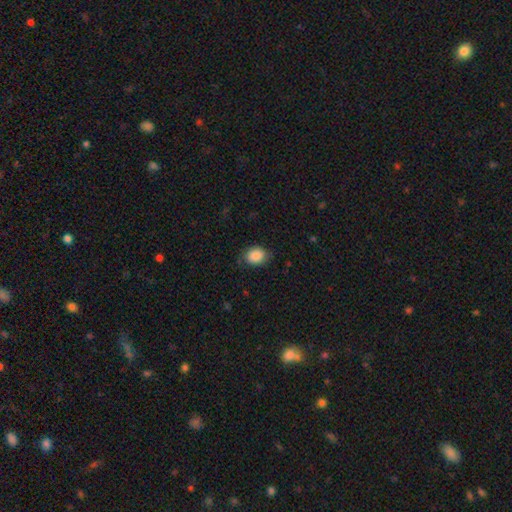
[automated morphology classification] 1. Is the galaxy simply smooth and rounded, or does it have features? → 86% smooth, 8% star or artifact, 7% featured or disk.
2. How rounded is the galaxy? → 61% in between, 38% round, 1% cigar-shaped.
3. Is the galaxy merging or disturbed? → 75% none, 19% minor disturbance, 5% major disturbance, 1% merger.